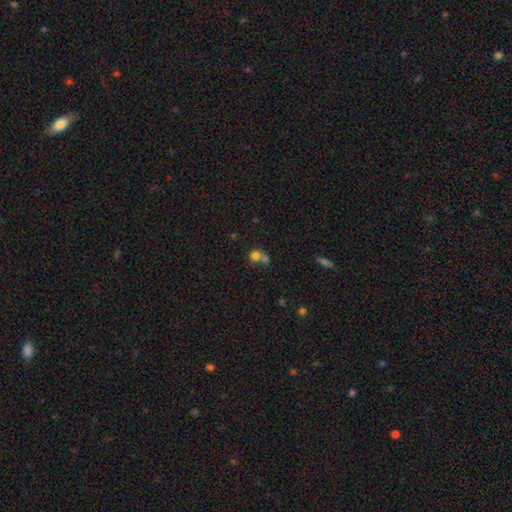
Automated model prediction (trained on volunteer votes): Morphology: type=smooth (74%); roundness=round (80%); merging=merger (53%).